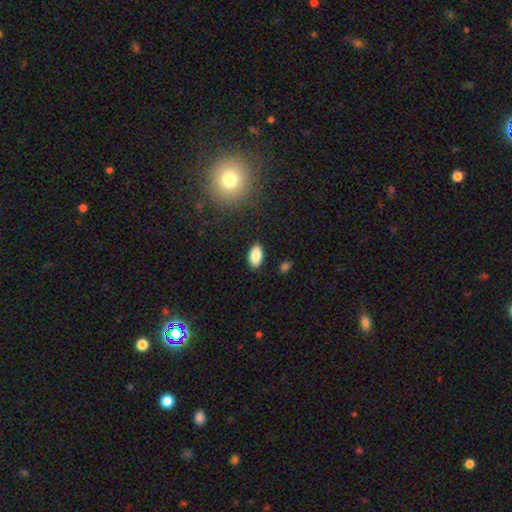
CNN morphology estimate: A smooth galaxy with no disk features (87%) that is in between round and cigar-shaped (93%).

Vote fractions:
- Smooth or featured? smooth: 87% / star or artifact: 8% / featured or disk: 5%
- How rounded? in between: 93% / round: 4% / cigar-shaped: 3%
- Merging? none: 88% / minor disturbance: 9% / major disturbance: 2% / merger: 1%